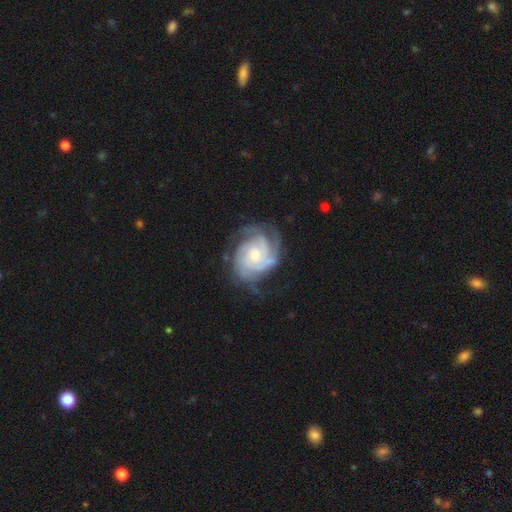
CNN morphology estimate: Smooth or featured? Predicted: featured or disk (p=0.89). Edge-on disk? Predicted: no (p=0.98). Bar? Predicted: no (p=0.73). Spiral arms? Predicted: yes (p=0.98). Spiral winding? Predicted: tight (p=0.68). Spiral arm count? Predicted: 3 (p=0.32). Bulge size? Predicted: small (p=0.53). Merging? Predicted: none (p=0.67).